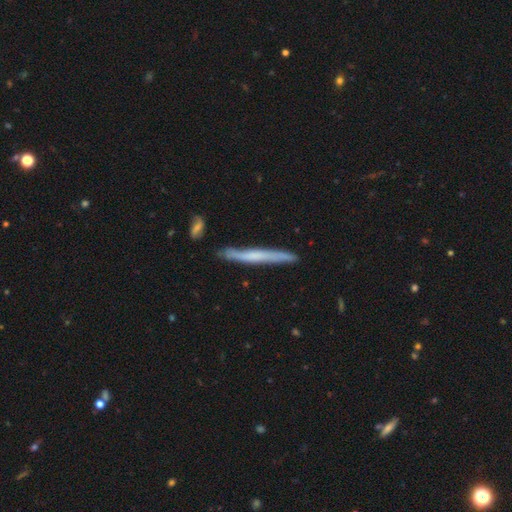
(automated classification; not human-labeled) Smooth or featured?
  - featured or disk: 51% *
  - smooth: 43%
  - star or artifact: 7%
Edge-on disk?
  - yes: 93% *
  - no: 7%
Merging?
  - none: 81% *
  - minor disturbance: 14%
  - merger: 3%
  - major disturbance: 2%